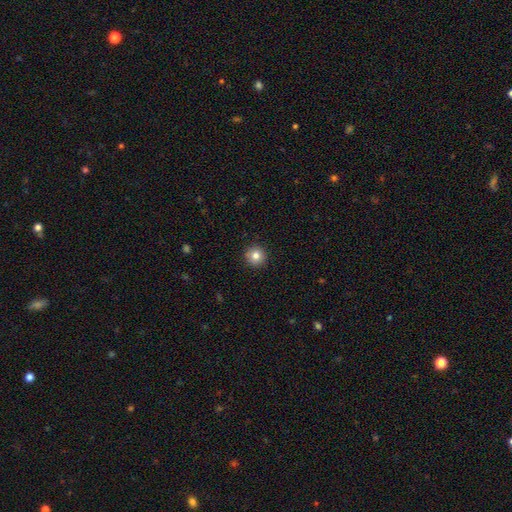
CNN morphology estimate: Smooth or featured?
  - smooth: 83% *
  - star or artifact: 10%
  - featured or disk: 7%
How rounded?
  - round: 95% *
  - in between: 4%
  - cigar-shaped: 1%
Merging?
  - none: 92% *
  - minor disturbance: 6%
  - major disturbance: 2%
  - merger: 1%